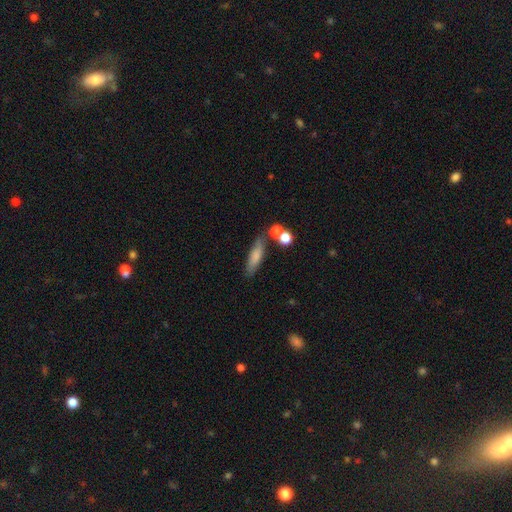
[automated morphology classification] This is likely a smooth galaxy (75%). How rounded: possibly cigar-shaped (58%). Merging: likely none (64%).